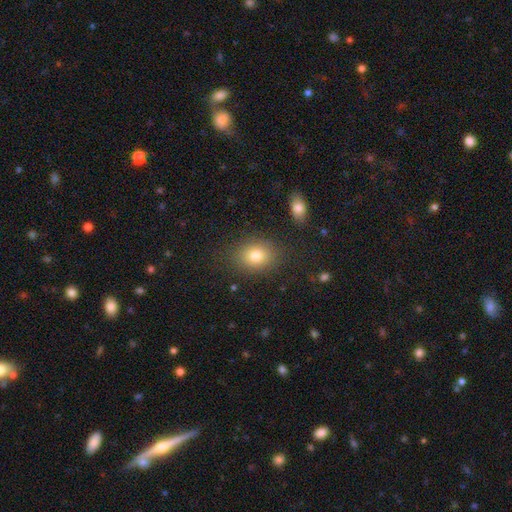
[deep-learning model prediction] Overall: smooth (81%). How rounded: in between (56%; round 43%). Merging: none (83%).